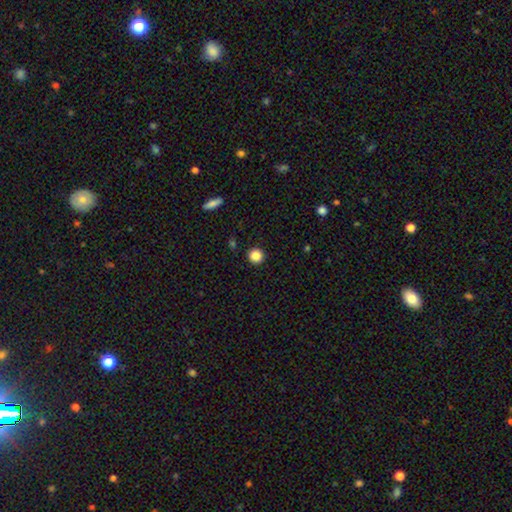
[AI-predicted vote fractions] A smooth galaxy with no disk features (87%) that is round (94%).

Vote fractions:
- Smooth or featured? smooth: 87% / star or artifact: 10% / featured or disk: 3%
- How rounded? round: 94% / in between: 5% / cigar-shaped: 1%
- Merging? none: 92% / minor disturbance: 5% / major disturbance: 2% / merger: 1%